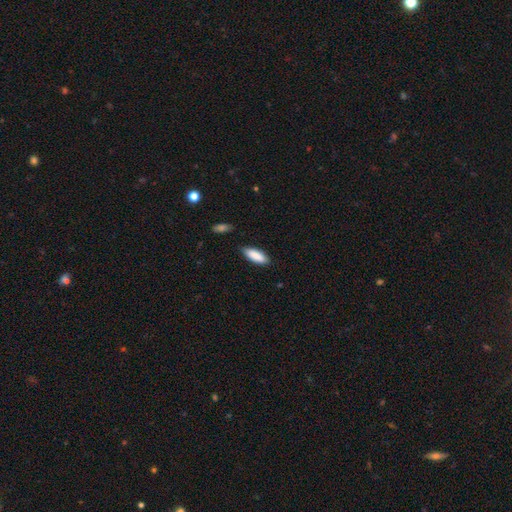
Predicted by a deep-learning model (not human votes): smooth_or_featured: smooth (p=0.89) [alt: star or artifact p=0.06]
how_rounded: in between (p=0.67) [alt: cigar-shaped p=0.32]
merging: none (p=0.83) [alt: minor disturbance p=0.12]